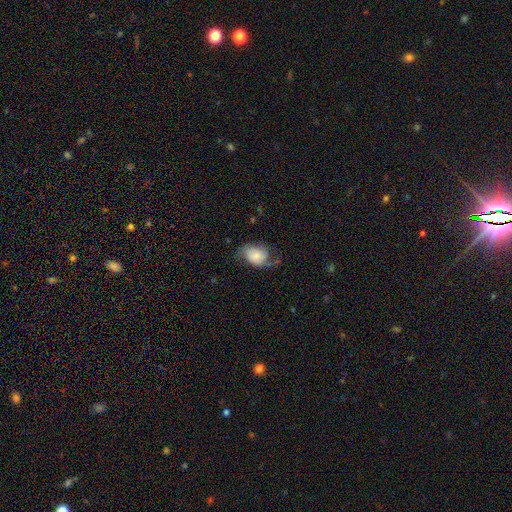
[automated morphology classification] Q: Smooth or featured?
A: featured or disk (54%); runner-up: smooth (38%)
Q: Edge-on disk?
A: no (97%); runner-up: yes (3%)
Q: Bar?
A: no (72%); runner-up: weak (22%)
Q: Spiral arms?
A: yes (87%); runner-up: no (13%)
Q: Bulge size?
A: small (54%); runner-up: moderate (24%)
Q: Merging?
A: none (50%); runner-up: minor disturbance (27%)